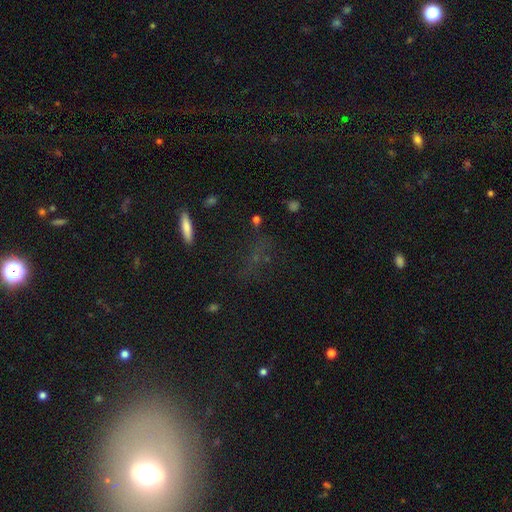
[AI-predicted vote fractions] smooth_or_featured: star or artifact (p=0.51) [alt: smooth p=0.31]